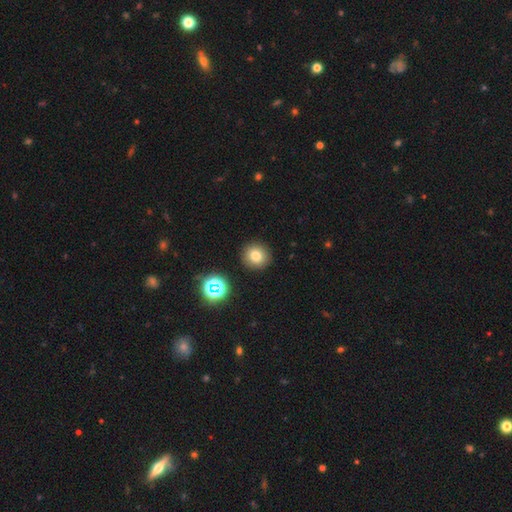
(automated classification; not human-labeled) smooth-or-featured: smooth: 77% | star or artifact: 15% | featured or disk: 8%
  how-rounded: round: 91% | in between: 8% | cigar-shaped: 1%
  merging: none: 90% | minor disturbance: 6% | major disturbance: 2% | merger: 2%